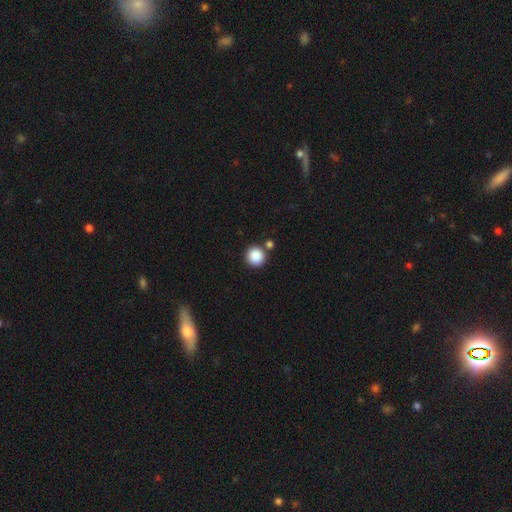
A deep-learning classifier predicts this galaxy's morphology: Smooth or featured? smooth (88%)
How rounded? round (94%)
Merging? none (80%)